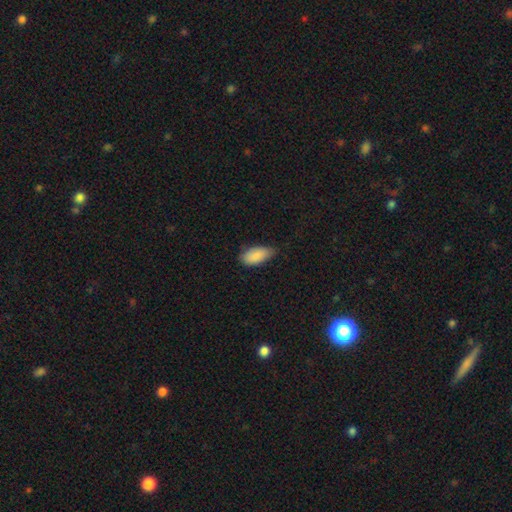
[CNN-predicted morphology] Q: Smooth or featured?
A: smooth (89%); runner-up: star or artifact (6%)
Q: How rounded?
A: in between (92%); runner-up: cigar-shaped (6%)
Q: Merging?
A: none (64%); runner-up: minor disturbance (31%)